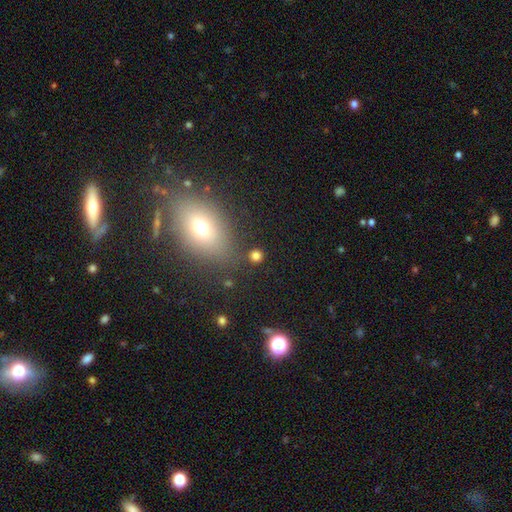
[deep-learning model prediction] Morphology: type=smooth (78%); roundness=round (86%); merging=none (84%).